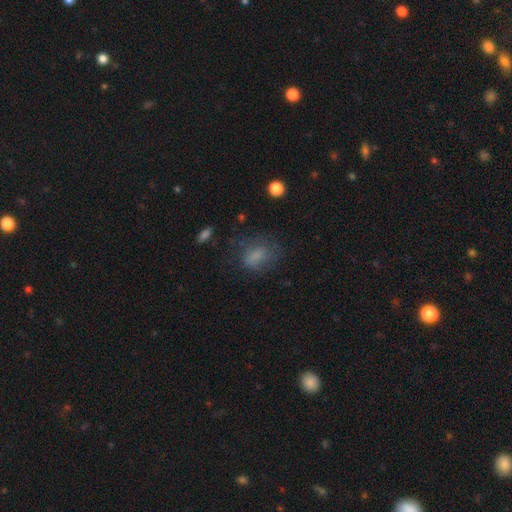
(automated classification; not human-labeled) A smooth galaxy with no disk features (69%) that is in between round and cigar-shaped (70%). Merging: none (55%).